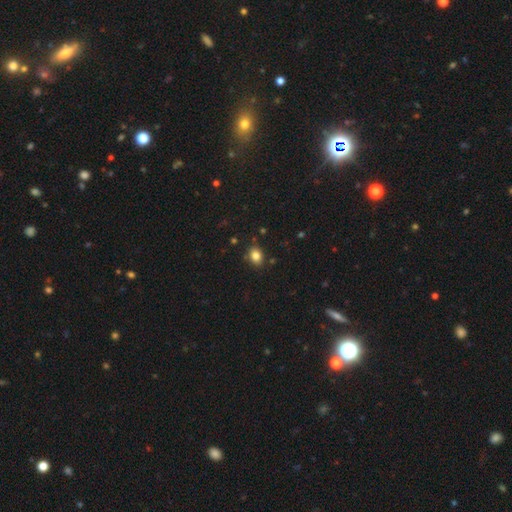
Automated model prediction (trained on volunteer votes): smooth 83%, star or artifact 11%, featured or disk 6%. Down the decision tree: how rounded — in between (64%); merging — none (84%).